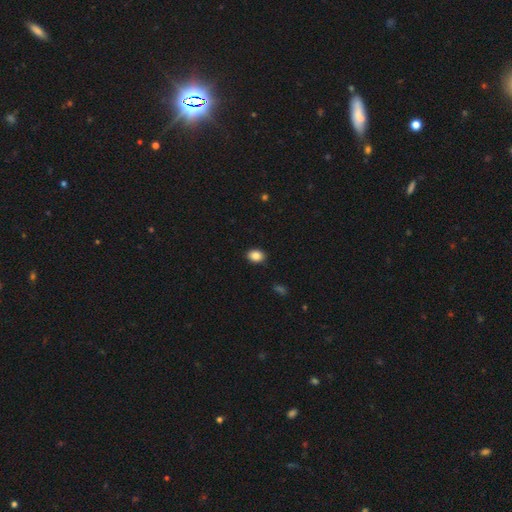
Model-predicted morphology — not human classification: Smooth or featured?
  - smooth: 87% *
  - star or artifact: 8%
  - featured or disk: 5%
How rounded?
  - in between: 70% *
  - round: 29%
  - cigar-shaped: 1%
Merging?
  - none: 89% *
  - minor disturbance: 8%
  - major disturbance: 2%
  - merger: 1%